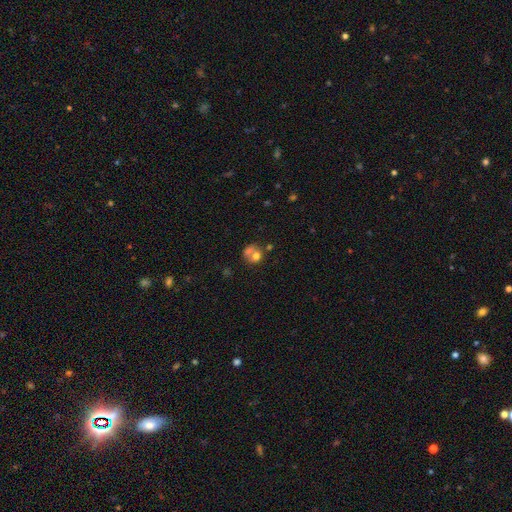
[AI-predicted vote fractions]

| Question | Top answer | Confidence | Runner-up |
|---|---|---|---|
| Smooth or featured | smooth | 63% | featured or disk (26%) |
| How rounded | round | 70% | in between (29%) |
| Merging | merger | 54% | none (29%) |